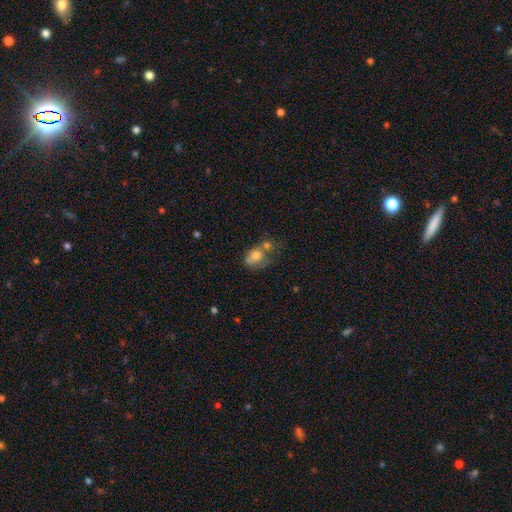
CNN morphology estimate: A smooth galaxy with no disk features (69%) that is in between round and cigar-shaped (68%). Merging: merger (46%).